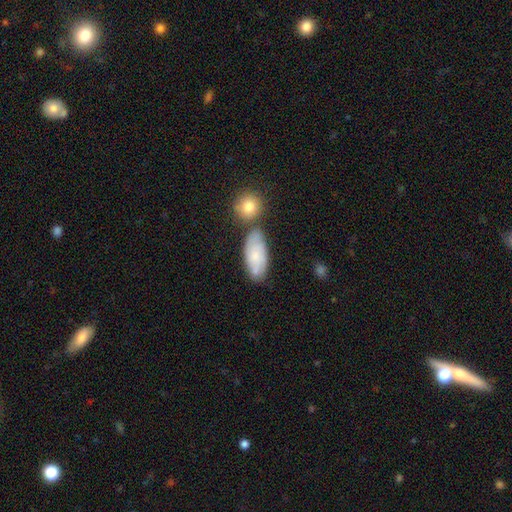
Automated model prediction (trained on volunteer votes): Smooth or featured?
  - smooth: 56% *
  - featured or disk: 37%
  - star or artifact: 7%
How rounded?
  - in between: 86% *
  - cigar-shaped: 10%
  - round: 3%
Merging?
  - none: 56% *
  - minor disturbance: 19%
  - merger: 19%
  - major disturbance: 6%